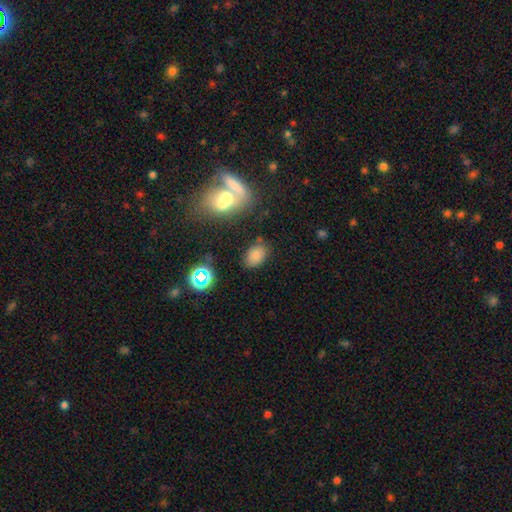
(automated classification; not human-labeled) Smooth or featured? Predicted: smooth (p=0.74). How rounded? Predicted: in between (p=0.81). Merging? Predicted: none (p=0.73).